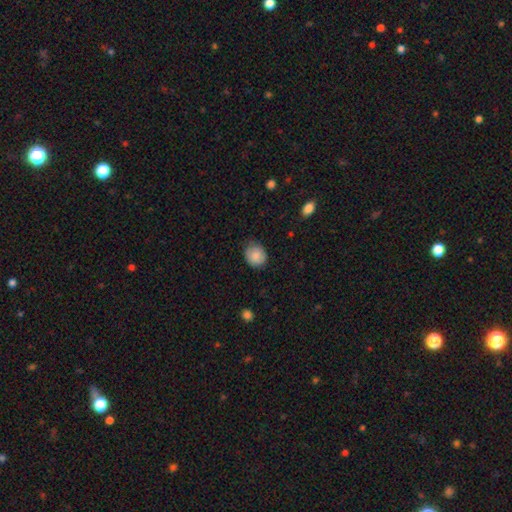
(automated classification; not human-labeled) Smooth or featured?
  - smooth: 83% *
  - featured or disk: 10%
  - star or artifact: 7%
How rounded?
  - round: 66% *
  - in between: 33%
  - cigar-shaped: 1%
Merging?
  - none: 74% *
  - minor disturbance: 22%
  - major disturbance: 4%
  - merger: 1%